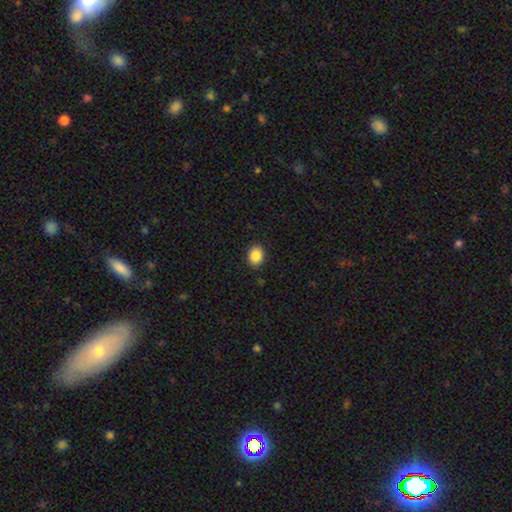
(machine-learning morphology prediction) This appears to be a smooth galaxy with no disk features (88%) that is in between round and cigar-shaped (58%). Merging: none (90%).